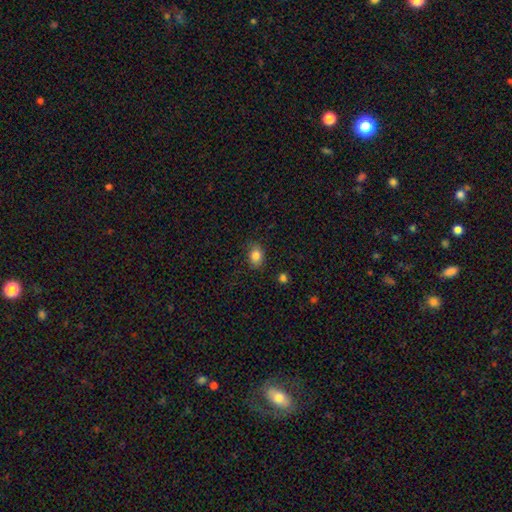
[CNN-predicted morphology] smooth-or-featured: smooth: 84% | star or artifact: 10% | featured or disk: 6%
  how-rounded: in between: 64% | round: 35% | cigar-shaped: 1%
  merging: none: 83% | minor disturbance: 12% | major disturbance: 3% | merger: 2%